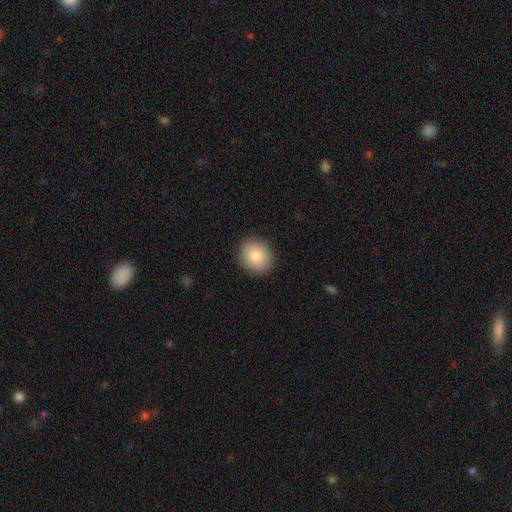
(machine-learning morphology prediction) type=smooth (85%); roundness=round (77%); merging=none (89%).